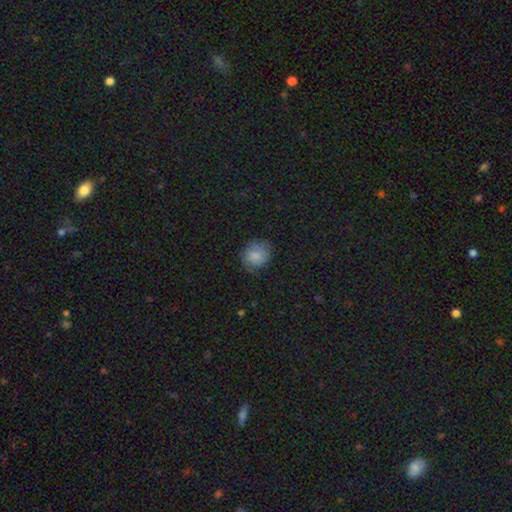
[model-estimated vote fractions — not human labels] This appears to be a smooth galaxy with no disk features (83%) that is round (79%). Merging: none (76%).